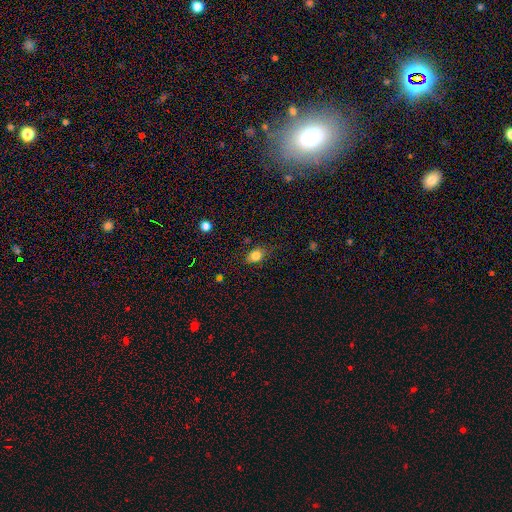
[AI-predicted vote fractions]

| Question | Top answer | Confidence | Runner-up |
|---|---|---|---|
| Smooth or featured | smooth | 81% | star or artifact (11%) |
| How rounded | in between | 64% | round (33%) |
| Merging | none | 71% | minor disturbance (22%) |